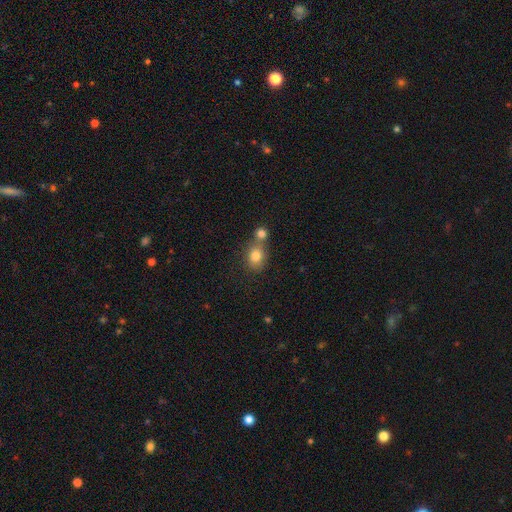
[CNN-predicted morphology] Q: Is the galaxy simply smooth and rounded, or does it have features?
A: smooth — 81%.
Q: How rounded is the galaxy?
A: round — 58%.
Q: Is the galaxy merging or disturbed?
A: none — 44%.